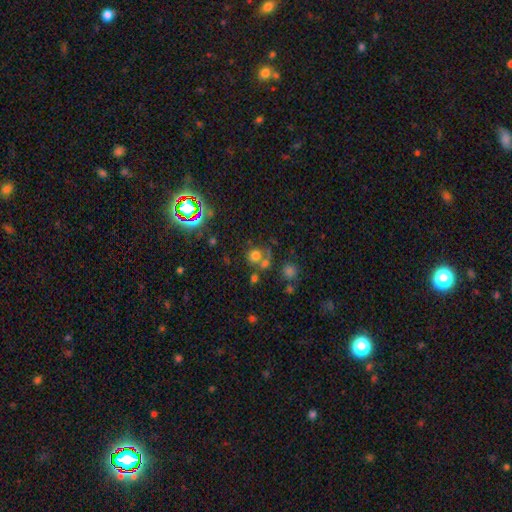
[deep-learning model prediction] Smooth or featured? smooth (64%)
How rounded? round (83%)
Merging? none (49%)